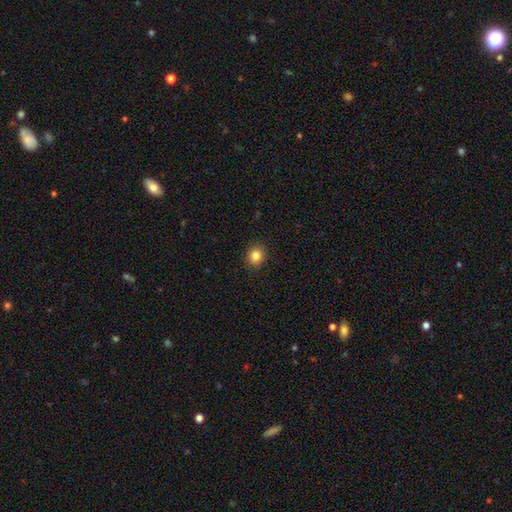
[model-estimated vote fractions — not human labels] Smooth or featured?
  - smooth: 84% *
  - star or artifact: 11%
  - featured or disk: 5%
How rounded?
  - round: 75% *
  - in between: 24%
  - cigar-shaped: 1%
Merging?
  - none: 90% *
  - minor disturbance: 7%
  - major disturbance: 2%
  - merger: 1%